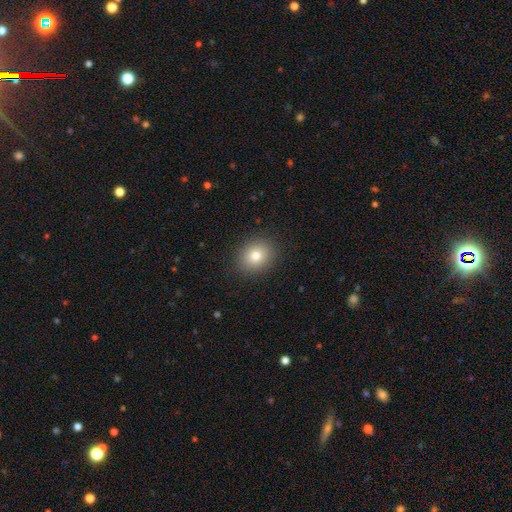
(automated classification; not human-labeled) Overall: smooth (78%). How rounded: round (64%; in between 35%). Merging: none (89%).